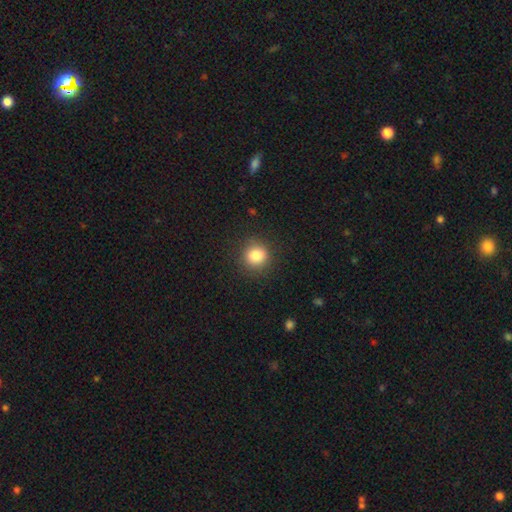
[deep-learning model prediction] Q: Smooth or featured?
A: smooth (84%); runner-up: star or artifact (11%)
Q: How rounded?
A: round (89%); runner-up: in between (10%)
Q: Merging?
A: none (89%); runner-up: minor disturbance (8%)